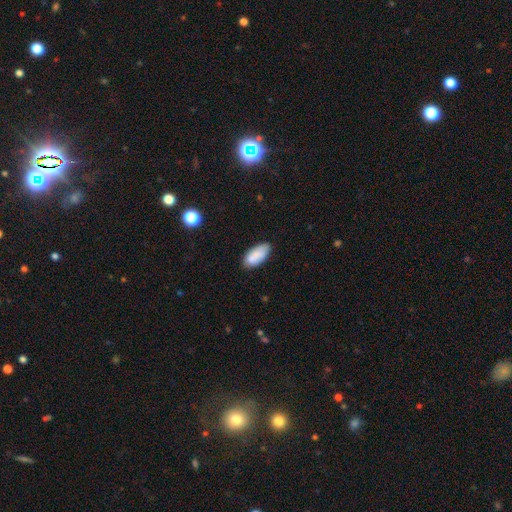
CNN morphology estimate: A smooth galaxy with no disk features (84%) that is in between round and cigar-shaped (91%).

Vote fractions:
- Smooth or featured? smooth: 84% / featured or disk: 9% / star or artifact: 7%
- How rounded? in between: 91% / cigar-shaped: 7% / round: 2%
- Merging? none: 73% / minor disturbance: 21% / major disturbance: 4% / merger: 2%